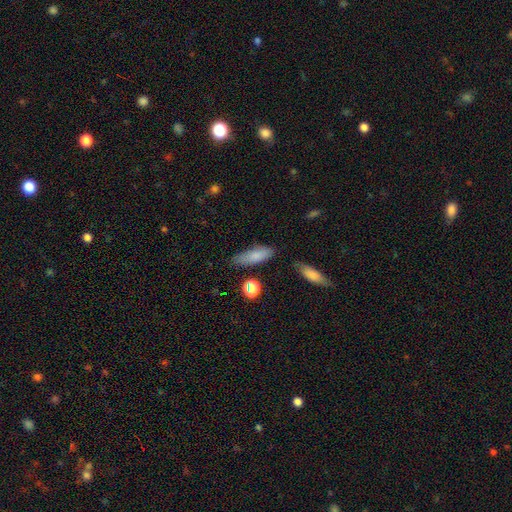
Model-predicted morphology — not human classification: type=smooth (80%); roundness=in between (60%); merging=none (70%).